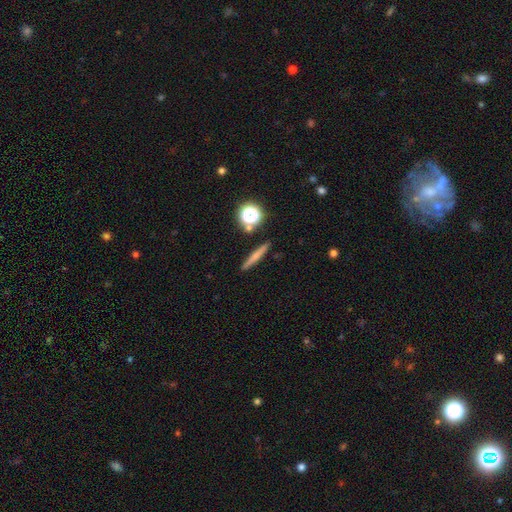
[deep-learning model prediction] Q: Smooth or featured?
A: smooth (57%); runner-up: featured or disk (32%)
Q: How rounded?
A: cigar-shaped (85%); runner-up: round (9%)
Q: Merging?
A: none (89%); runner-up: minor disturbance (7%)